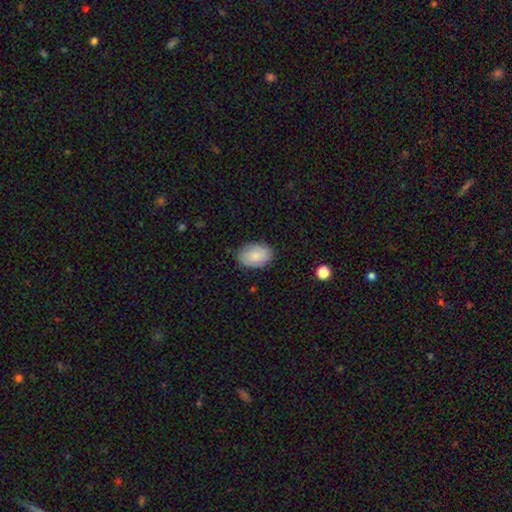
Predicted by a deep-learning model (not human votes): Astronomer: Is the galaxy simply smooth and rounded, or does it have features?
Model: smooth — 84%.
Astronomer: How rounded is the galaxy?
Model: in between — 85%.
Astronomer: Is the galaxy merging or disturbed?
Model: none — 84%.